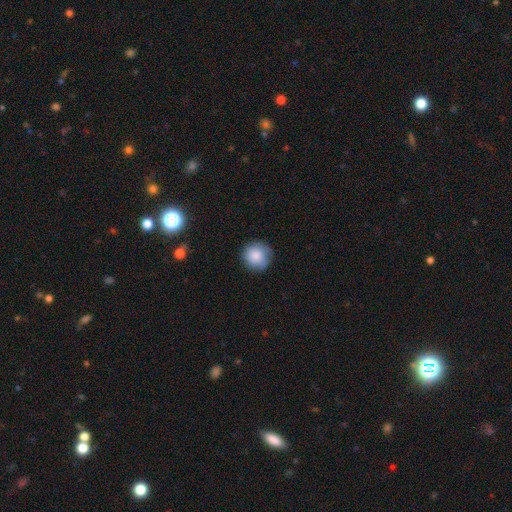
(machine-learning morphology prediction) type=smooth (85%); roundness=round (93%); merging=none (79%).